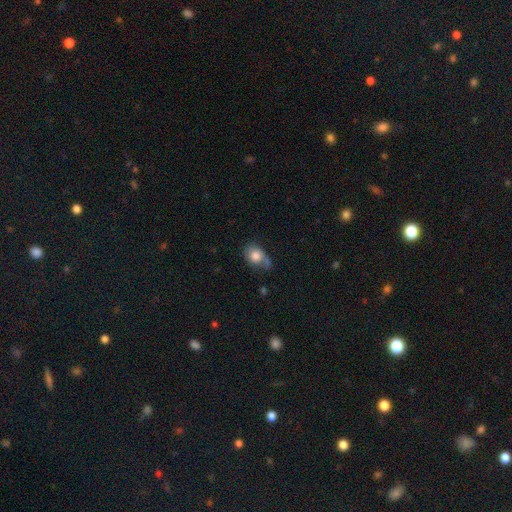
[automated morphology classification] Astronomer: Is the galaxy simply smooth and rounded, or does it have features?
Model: smooth — 73%.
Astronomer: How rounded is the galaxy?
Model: in between — 55% (runner-up: round, 43%).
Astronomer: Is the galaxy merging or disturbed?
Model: none — 41% (runner-up: minor disturbance, 31%).